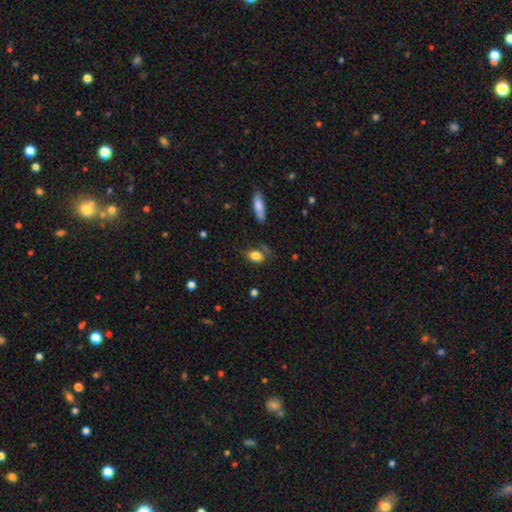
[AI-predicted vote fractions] Smooth or featured? smooth (82%)
How rounded? in between (77%)
Merging? none (65%)